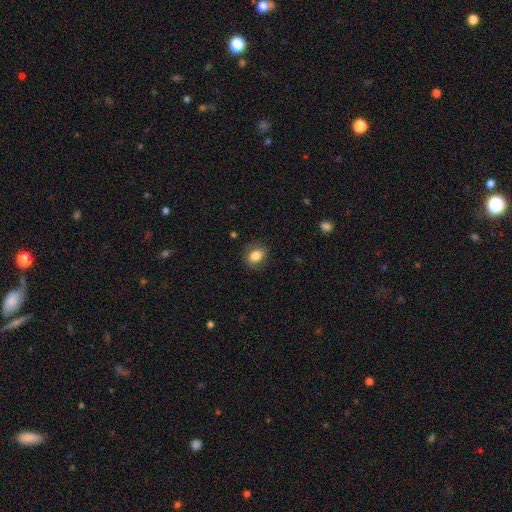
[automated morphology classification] type=smooth (83%); roundness=in between (61%); merging=none (82%).